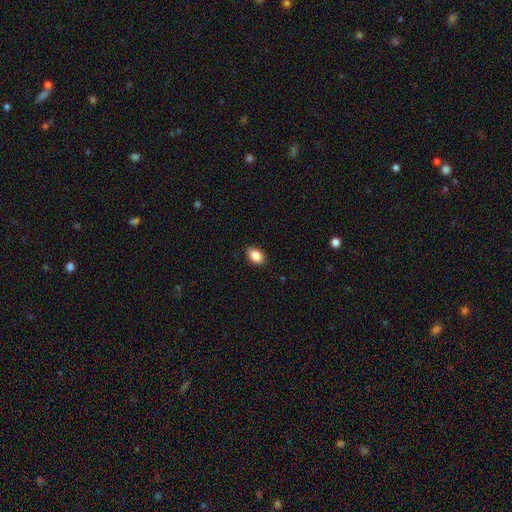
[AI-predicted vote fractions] smooth 87%, star or artifact 8%, featured or disk 5%. Down the decision tree: how rounded — in between (81%); merging — none (88%).